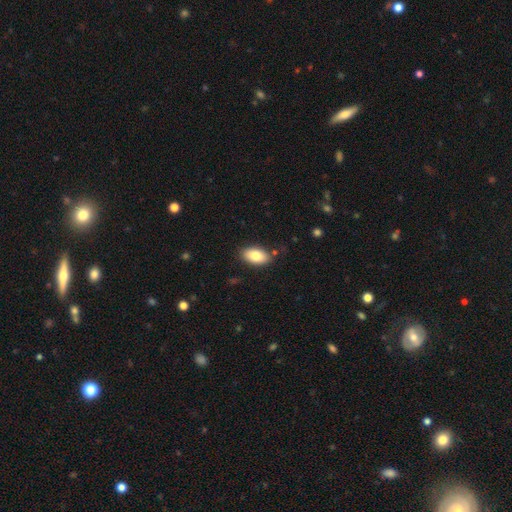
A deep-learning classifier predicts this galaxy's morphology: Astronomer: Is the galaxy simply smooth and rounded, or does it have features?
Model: smooth — 81%.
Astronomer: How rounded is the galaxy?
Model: in between — 94%.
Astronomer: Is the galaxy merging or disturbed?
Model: none — 85%.